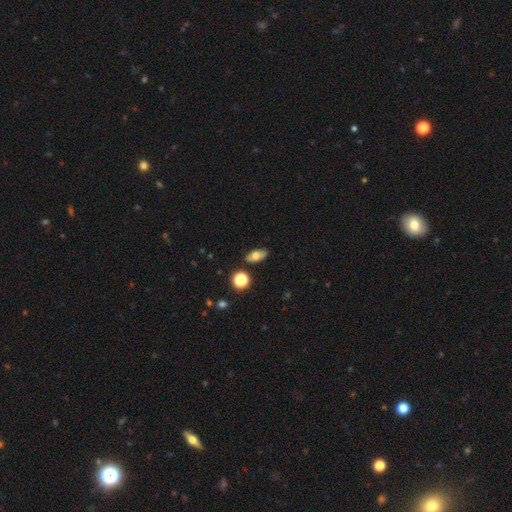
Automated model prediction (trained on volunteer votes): The model was most divided on "smooth or featured": smooth: 64%, featured or disk: 26%, star or artifact: 10%. More confident: how rounded — in between (85%); merging — none (84%).